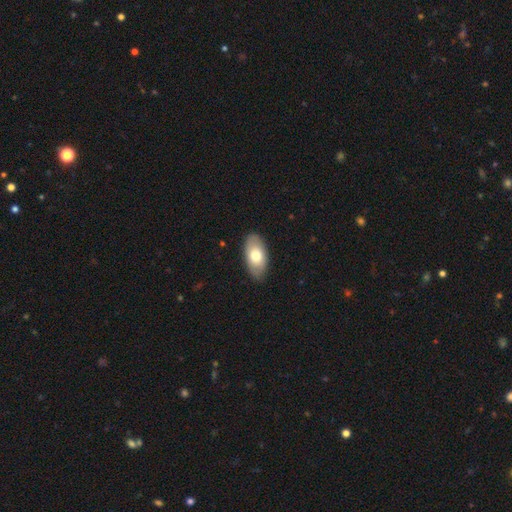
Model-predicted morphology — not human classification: smooth-or-featured: smooth: 70% | featured or disk: 24% | star or artifact: 6%
  how-rounded: in between: 94% | round: 3% | cigar-shaped: 3%
  merging: none: 85% | minor disturbance: 12% | major disturbance: 2% | merger: 1%